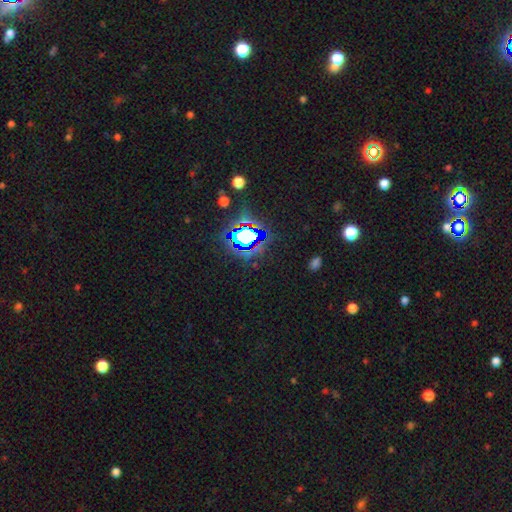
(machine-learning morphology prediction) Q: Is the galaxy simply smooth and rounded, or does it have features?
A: star or artifact — 82%.